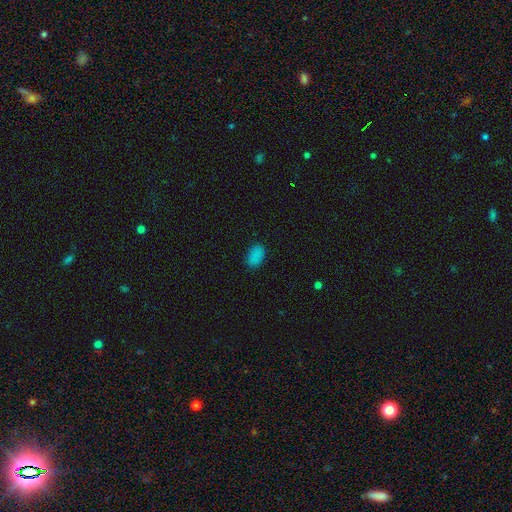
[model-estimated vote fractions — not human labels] smooth-or-featured: smooth: 84% | star or artifact: 13% | featured or disk: 3%
  how-rounded: in between: 92% | round: 6% | cigar-shaped: 2%
  merging: none: 84% | minor disturbance: 12% | major disturbance: 3% | merger: 1%